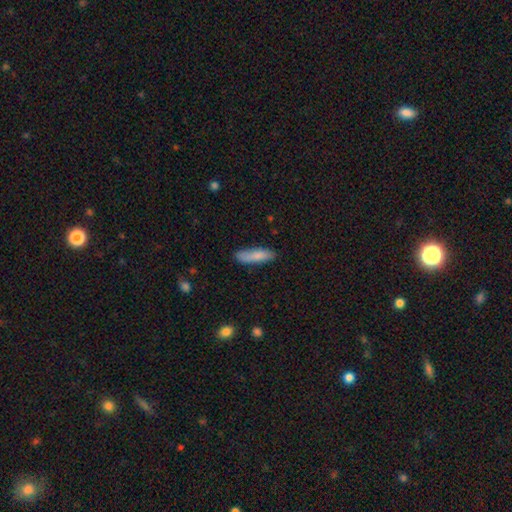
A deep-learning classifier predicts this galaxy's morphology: smooth 83%, featured or disk 11%, star or artifact 6%. Down the decision tree: how rounded — cigar-shaped (68%); merging — none (78%).